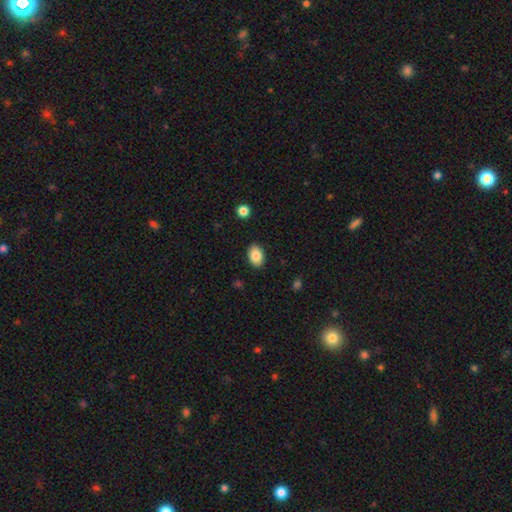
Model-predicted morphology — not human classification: Overall: smooth (86%). How rounded: in between (85%). Merging: none (87%).